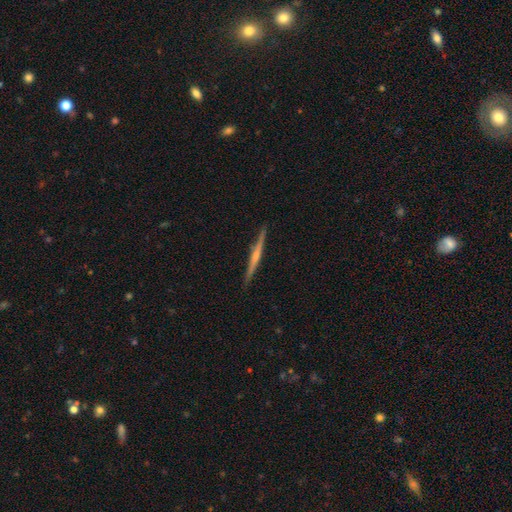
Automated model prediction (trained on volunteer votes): smooth_or_featured: featured or disk (p=0.67) [alt: smooth p=0.28]
disk_edge_on: yes (p=0.98) [alt: no p=0.02]
edge_on_bulge: rounded (p=0.49) [alt: none p=0.40]
merging: none (p=0.91) [alt: minor disturbance p=0.07]